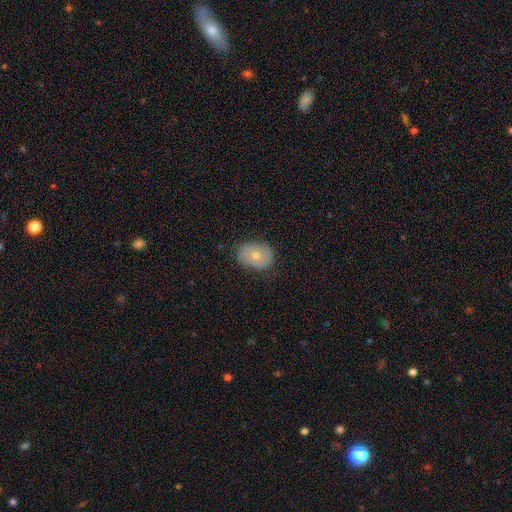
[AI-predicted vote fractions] Smooth or featured: smooth — 69% (featured or disk — 22%)
How rounded: in between — 63% (round — 36%)
Merging: none — 79% (minor disturbance — 16%)